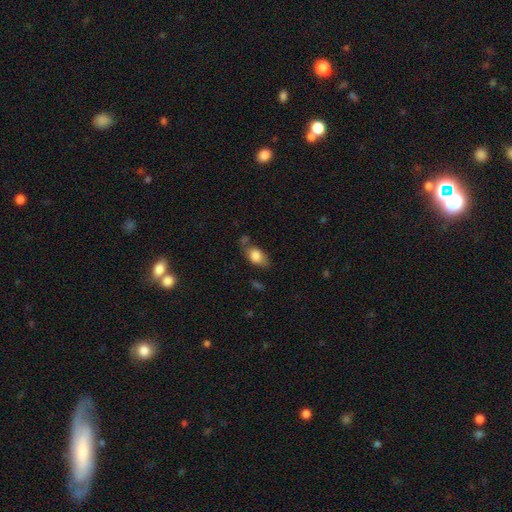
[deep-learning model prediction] The model was most divided on "merging": none: 56%, minor disturbance: 25%, merger: 11%, major disturbance: 8%. More confident: how rounded — in between (86%); smooth or featured — smooth (79%).